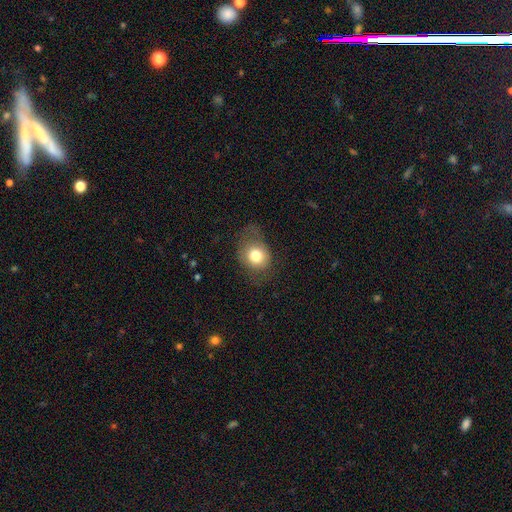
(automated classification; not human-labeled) A smooth galaxy with no disk features (75%) that is round (56%). Merging: none (57%).